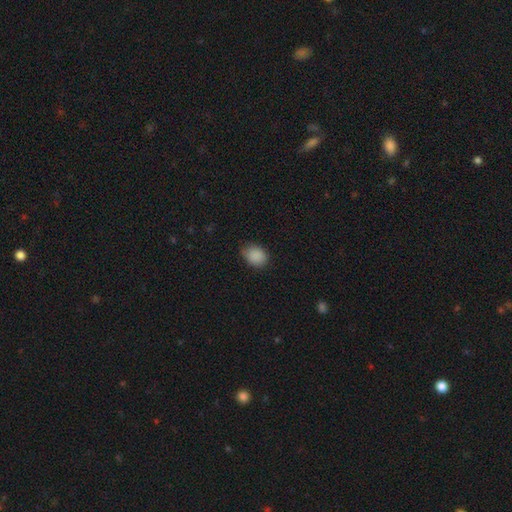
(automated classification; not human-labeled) Smooth or featured? Predicted: smooth (p=0.87). How rounded? Predicted: in between (p=0.58). Merging? Predicted: none (p=0.70).